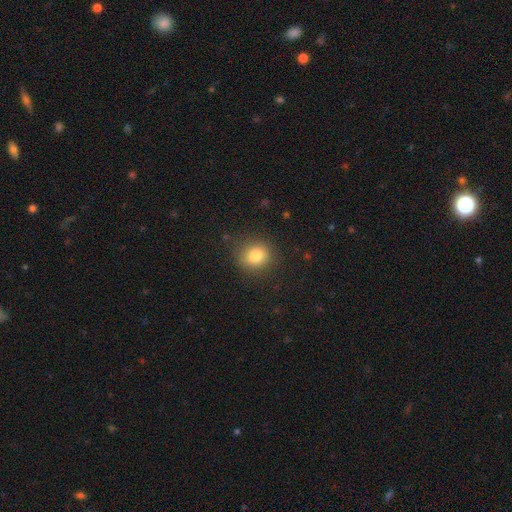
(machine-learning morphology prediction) Overall: smooth (81%). How rounded: round (81%). Merging: none (87%).